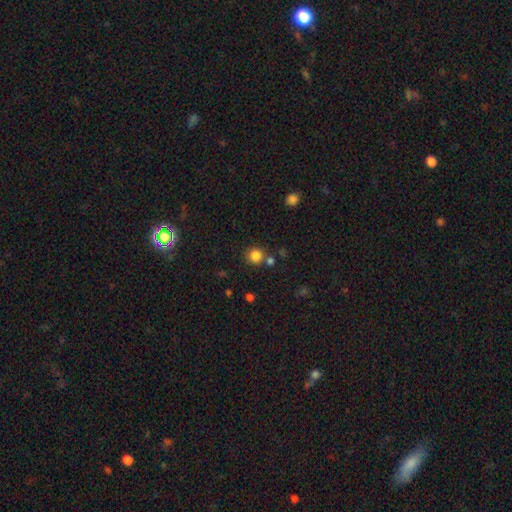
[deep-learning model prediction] This is clearly a smooth galaxy (83%). How rounded: clearly round (91%). Merging: likely none (74%).